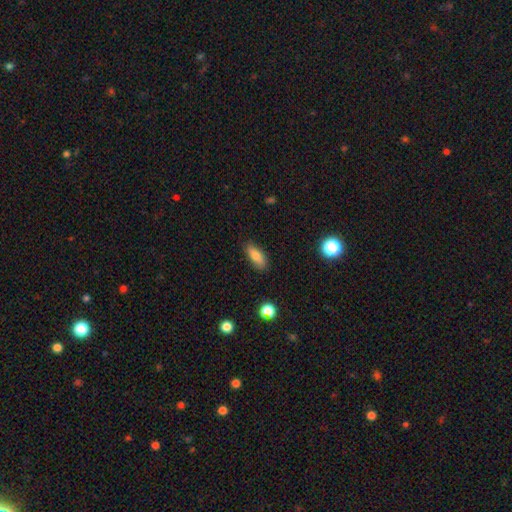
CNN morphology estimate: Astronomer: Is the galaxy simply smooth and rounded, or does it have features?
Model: smooth — 80%.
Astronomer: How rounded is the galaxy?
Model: in between — 74%.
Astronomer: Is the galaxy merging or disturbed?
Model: none — 85%.